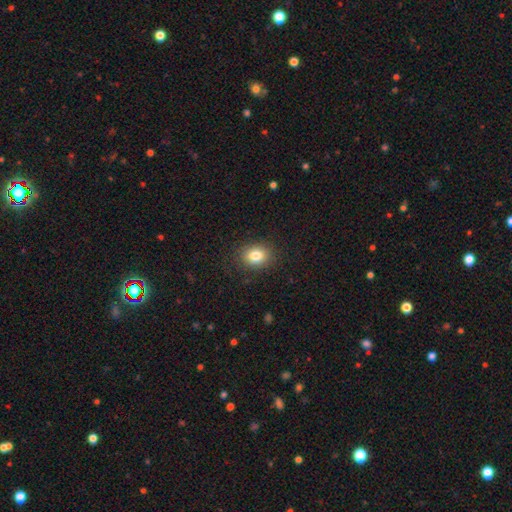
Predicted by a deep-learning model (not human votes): smooth_or_featured: smooth (p=0.82) [alt: star or artifact p=0.10]
how_rounded: in between (p=0.55) [alt: round p=0.44]
merging: none (p=0.87) [alt: minor disturbance p=0.09]